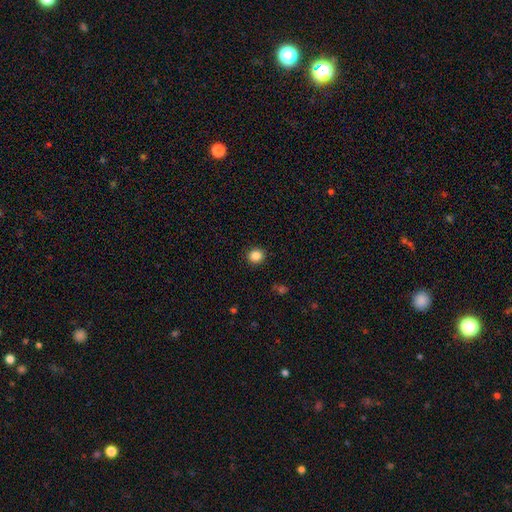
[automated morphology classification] The model was most divided on "smooth or featured": smooth: 86%, star or artifact: 11%, featured or disk: 4%. More confident: merging — none (91%); how rounded — round (88%).